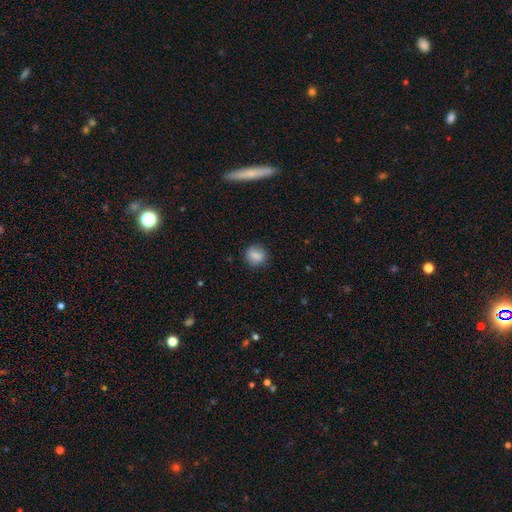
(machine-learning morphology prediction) Smooth or featured?
  - smooth: 80% *
  - featured or disk: 11%
  - star or artifact: 9%
How rounded?
  - round: 75% *
  - in between: 23%
  - cigar-shaped: 2%
Merging?
  - none: 84% *
  - minor disturbance: 11%
  - major disturbance: 3%
  - merger: 1%